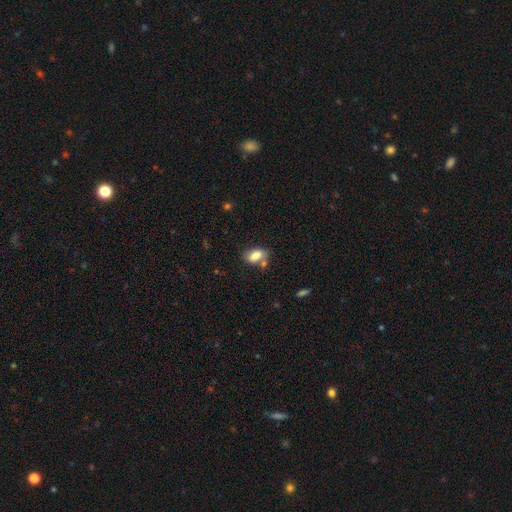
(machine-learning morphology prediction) Smooth or featured: smooth — 81% (featured or disk — 10%)
How rounded: in between — 88% (round — 9%)
Merging: none — 59% (merger — 18%)